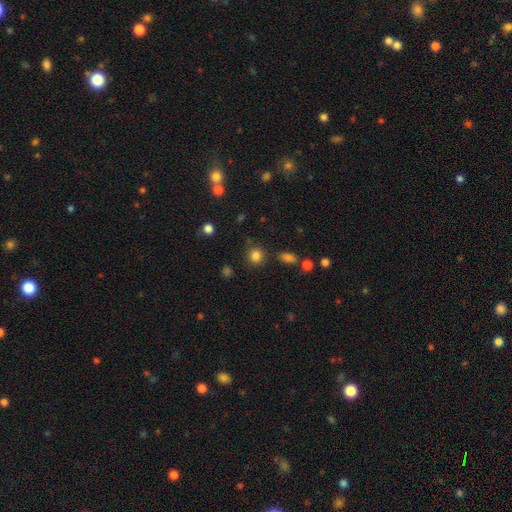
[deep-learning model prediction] Smooth or featured? Predicted: smooth (p=0.83). How rounded? Predicted: round (p=0.87). Merging? Predicted: none (p=0.83).